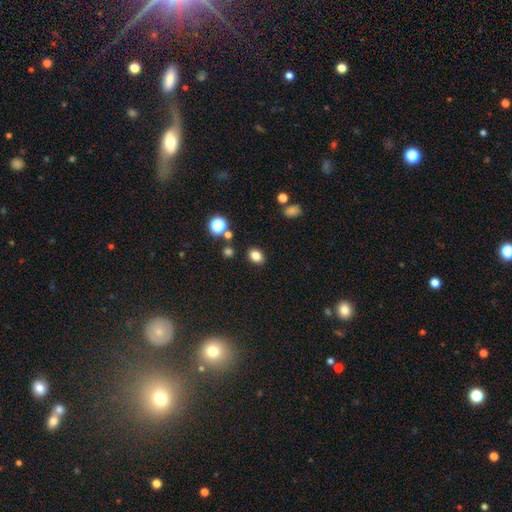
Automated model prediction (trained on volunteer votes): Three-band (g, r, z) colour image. It shows a smooth galaxy with no disk features (82%) that is in between round and cigar-shaped (63%). Merging: none (85%).